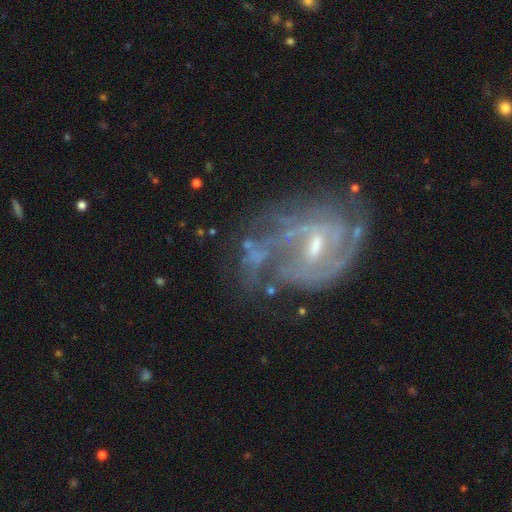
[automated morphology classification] smooth_or_featured: featured or disk (p=0.67) [alt: smooth p=0.18]
disk_edge_on: no (p=0.95) [alt: yes p=0.05]
bar: no (p=0.41) [alt: weak p=0.38]
has_spiral_arms: yes (p=0.61) [alt: no p=0.39]
bulge_size: moderate (p=0.44) [alt: small p=0.31]
merging: none (p=0.50) [alt: major disturbance p=0.23]